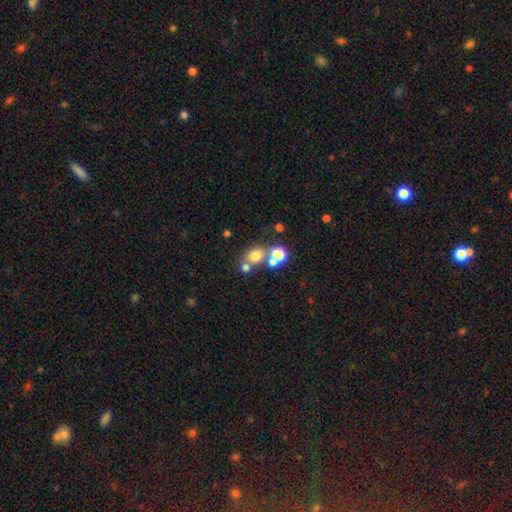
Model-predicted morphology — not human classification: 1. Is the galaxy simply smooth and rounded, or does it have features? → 67% smooth, 19% star or artifact, 15% featured or disk.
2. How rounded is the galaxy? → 67% round, 31% in between, 1% cigar-shaped.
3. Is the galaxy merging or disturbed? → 50% none, 34% merger, 9% minor disturbance, 6% major disturbance.